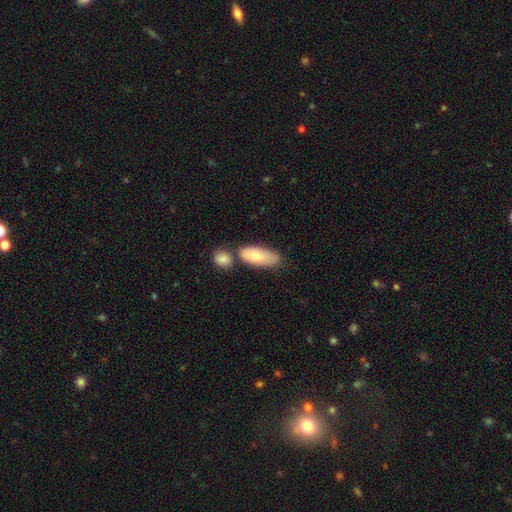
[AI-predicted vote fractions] This is likely a smooth galaxy (78%). How rounded: clearly in between (83%). Merging: possibly none (52%).